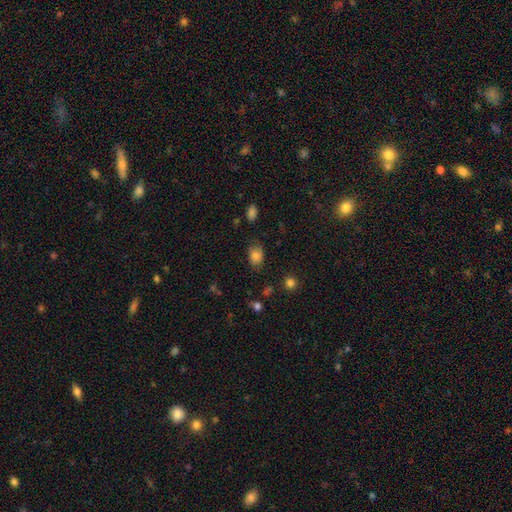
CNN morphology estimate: Smooth or featured: smooth — 80% (star or artifact — 10%)
How rounded: in between — 78% (round — 21%)
Merging: none — 71% (minor disturbance — 22%)